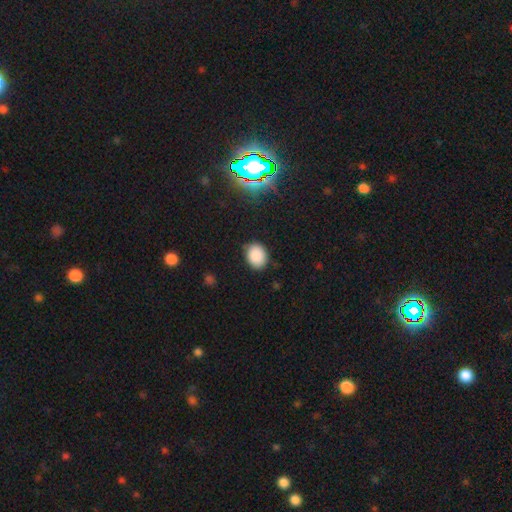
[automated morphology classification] type=smooth (86%); roundness=round (51%); merging=none (81%).